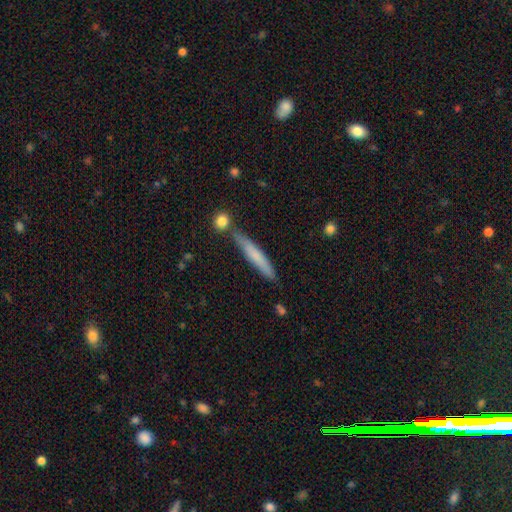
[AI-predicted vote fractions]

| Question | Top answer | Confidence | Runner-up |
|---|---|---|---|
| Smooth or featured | smooth | 63% | featured or disk (30%) |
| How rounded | cigar-shaped | 94% | in between (5%) |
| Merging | none | 78% | minor disturbance (13%) |